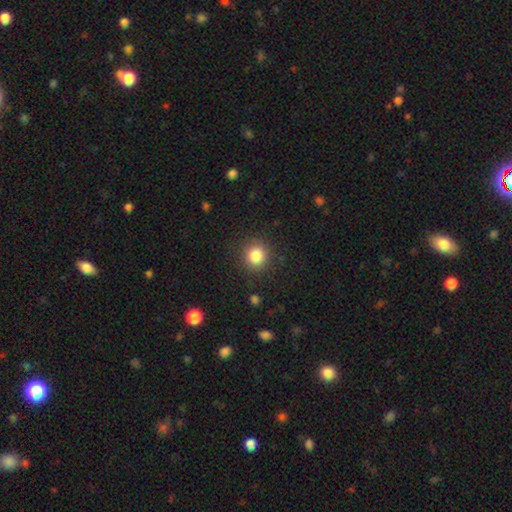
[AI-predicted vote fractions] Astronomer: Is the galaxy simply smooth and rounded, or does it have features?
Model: smooth — 84%.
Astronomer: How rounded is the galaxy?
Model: round — 90%.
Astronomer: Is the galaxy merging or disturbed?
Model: none — 89%.